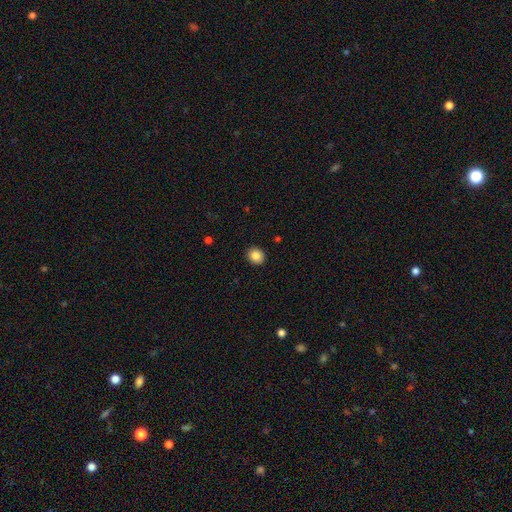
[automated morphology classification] Overall: smooth (86%). How rounded: round (77%). Merging: none (92%).